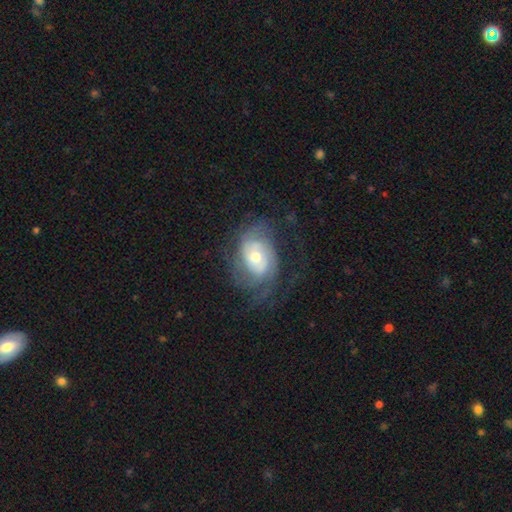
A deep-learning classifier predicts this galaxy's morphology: This is likely a featured or disk galaxy (75%). It is clearly not viewed edge-on (96%). Bar: likely no (67%). Spiral arm pattern: clearly yes (89%). Spiral arm count: marginally can't tell (35%). Spiral winding: marginally tight (42%). Central bulge: likely moderate (62%). Merging: possibly none (57%).